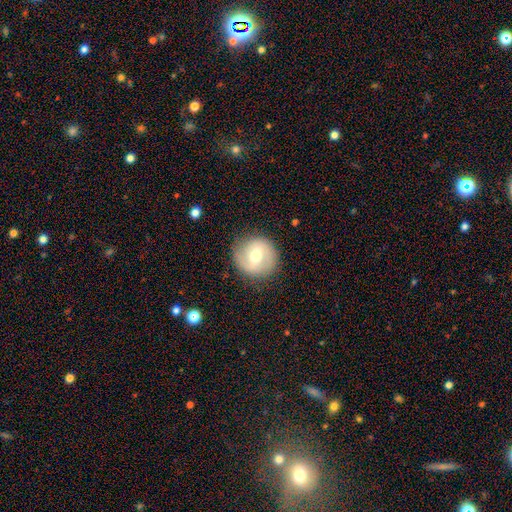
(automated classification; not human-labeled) Smooth or featured? smooth (51%)
How rounded? round (92%)
Merging? none (85%)